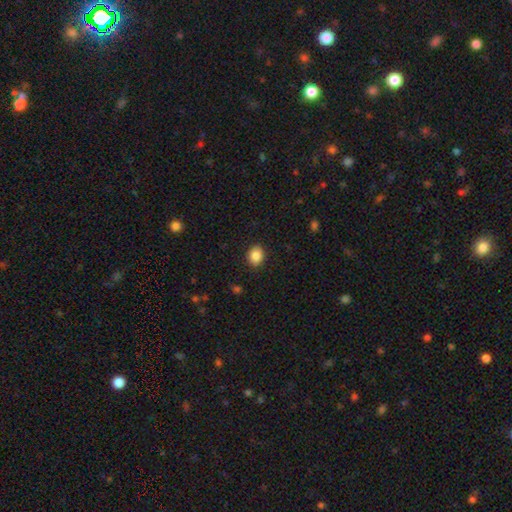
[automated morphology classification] A smooth galaxy with no disk features (87%) that is round (56%).

Vote fractions:
- Smooth or featured? smooth: 87% / star or artifact: 9% / featured or disk: 5%
- How rounded? round: 56% / in between: 43% / cigar-shaped: 1%
- Merging? none: 89% / minor disturbance: 8% / major disturbance: 2% / merger: 1%